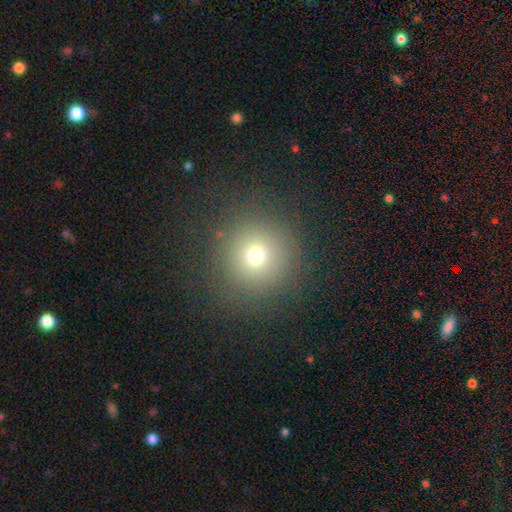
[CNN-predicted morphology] A smooth galaxy with no disk features (70%) that is round (94%). Merging: none (86%).